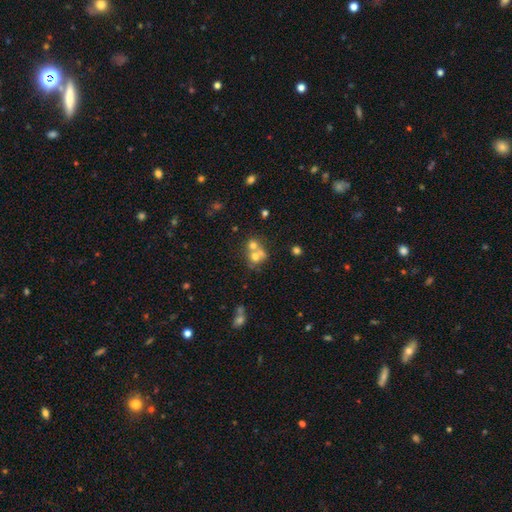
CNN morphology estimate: A smooth galaxy with no disk features (60%) that is round (76%). Merging: merger (58%).